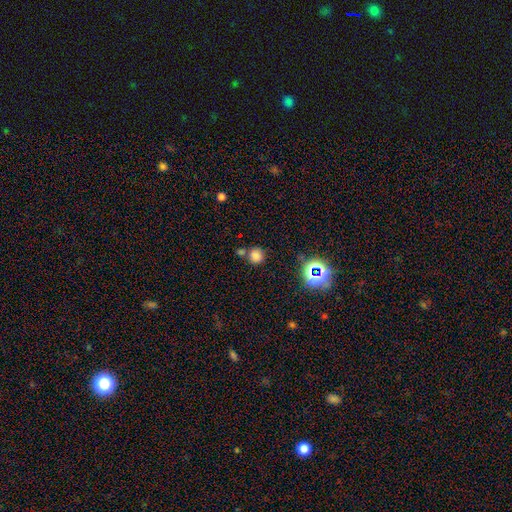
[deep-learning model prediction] Smooth or featured? Predicted: smooth (p=0.75). How rounded? Predicted: round (p=0.88). Merging? Predicted: none (p=0.66).